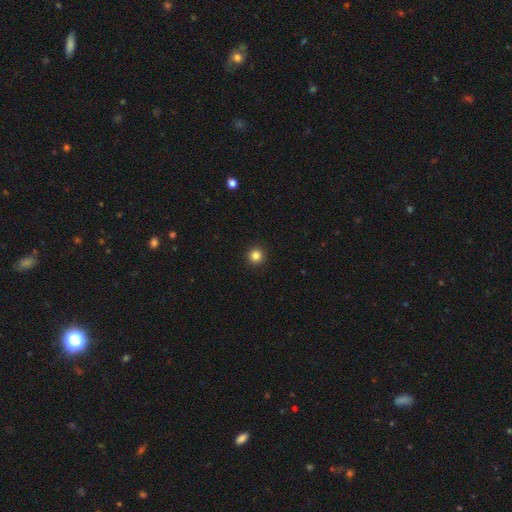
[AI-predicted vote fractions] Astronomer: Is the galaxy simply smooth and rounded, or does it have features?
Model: smooth — 84%.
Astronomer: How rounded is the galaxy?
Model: round — 96%.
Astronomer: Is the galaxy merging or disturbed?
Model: none — 94%.